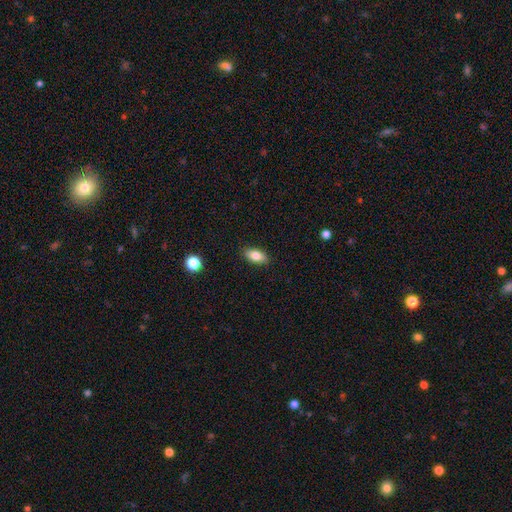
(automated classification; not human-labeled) smooth-or-featured: smooth: 82% | featured or disk: 10% | star or artifact: 8%
  how-rounded: in between: 87% | cigar-shaped: 9% | round: 4%
  merging: none: 88% | minor disturbance: 9% | major disturbance: 2% | merger: 1%